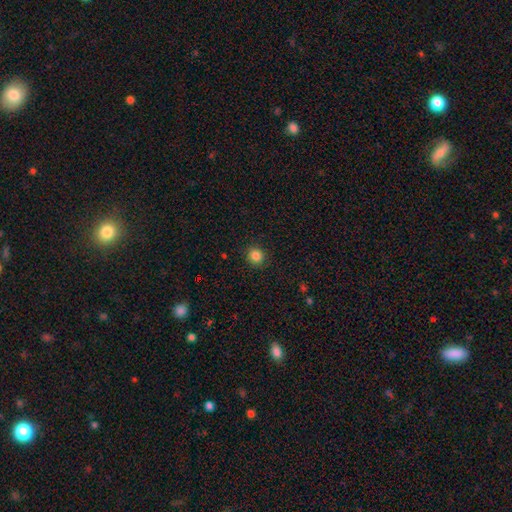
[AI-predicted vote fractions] This is clearly a smooth galaxy (85%). How rounded: clearly round (91%). Merging: clearly none (91%).